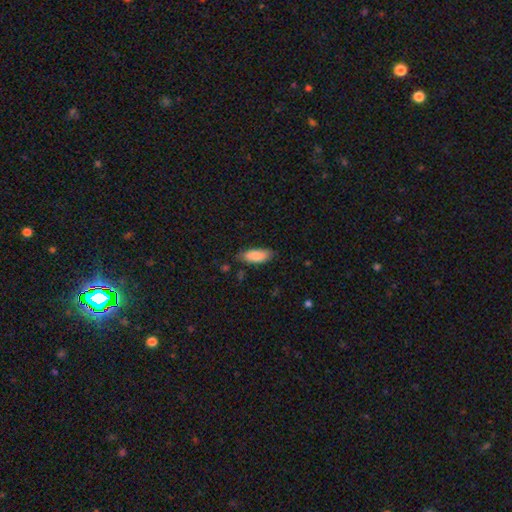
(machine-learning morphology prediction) Smooth or featured: smooth — 87% (featured or disk — 7%)
How rounded: in between — 79% (cigar-shaped — 19%)
Merging: none — 77% (minor disturbance — 18%)